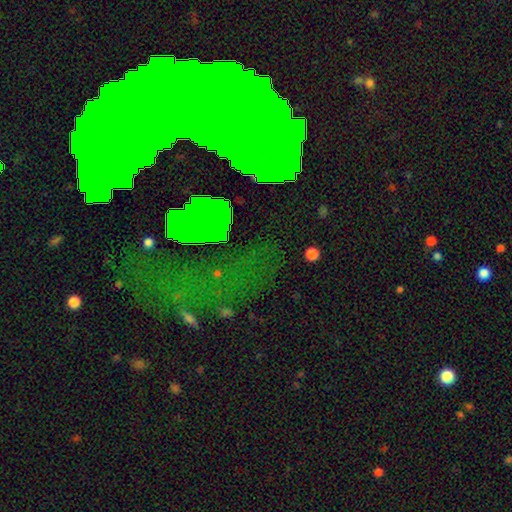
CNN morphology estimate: smooth-or-featured: star or artifact: 60% | featured or disk: 25% | smooth: 15%